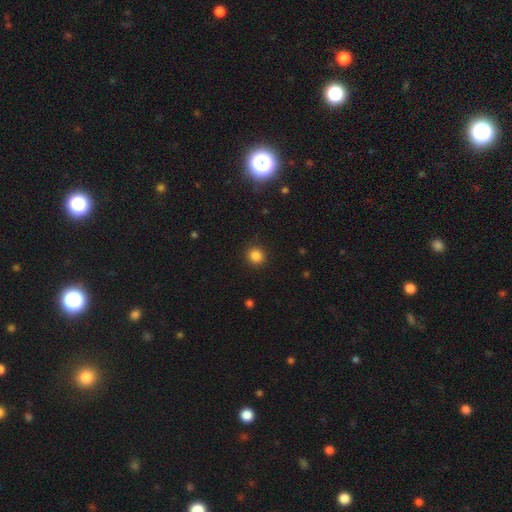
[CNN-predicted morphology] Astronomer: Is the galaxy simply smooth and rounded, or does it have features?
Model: smooth — 85%.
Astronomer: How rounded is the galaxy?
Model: round — 92%.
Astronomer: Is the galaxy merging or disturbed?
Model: none — 90%.